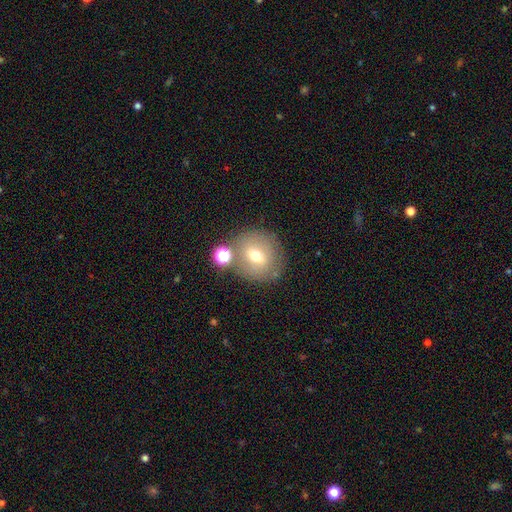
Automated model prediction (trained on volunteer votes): A smooth galaxy with no disk features (60%) that is round (79%).

Vote fractions:
- Smooth or featured? smooth: 60% / featured or disk: 28% / star or artifact: 12%
- How rounded? round: 79% / in between: 20% / cigar-shaped: 1%
- Merging? none: 71% / minor disturbance: 13% / merger: 12% / major disturbance: 5%